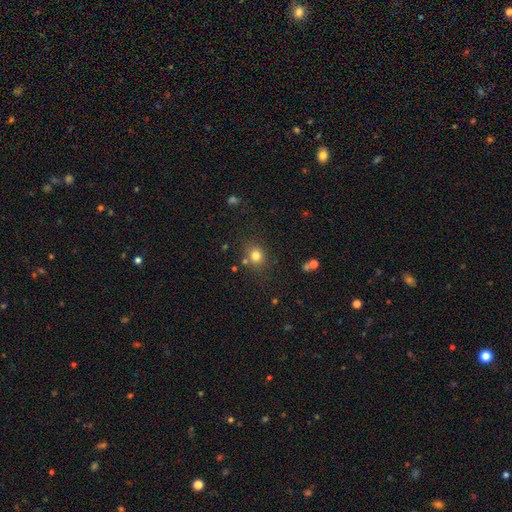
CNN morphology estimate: smooth-or-featured: smooth: 78% | star or artifact: 14% | featured or disk: 7%
  how-rounded: round: 76% | in between: 23% | cigar-shaped: 1%
  merging: none: 77% | minor disturbance: 12% | merger: 7% | major disturbance: 4%